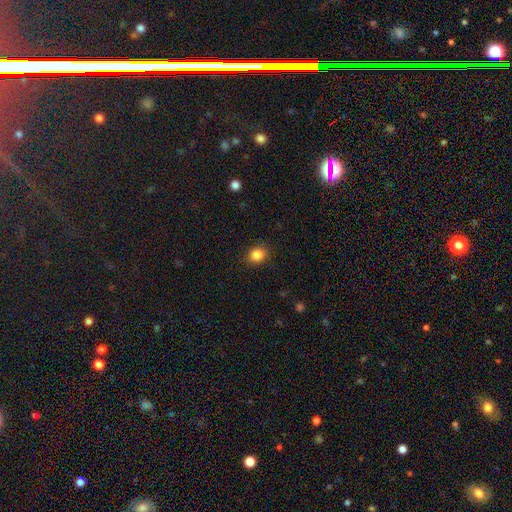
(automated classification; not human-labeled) This is clearly a smooth galaxy (86%). How rounded: likely round (68%). Merging: clearly none (88%).